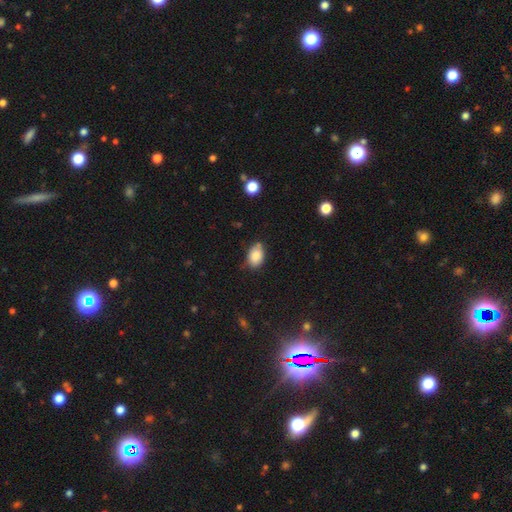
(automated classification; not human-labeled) Overall: smooth (85%). How rounded: in between (85%). Merging: none (66%).